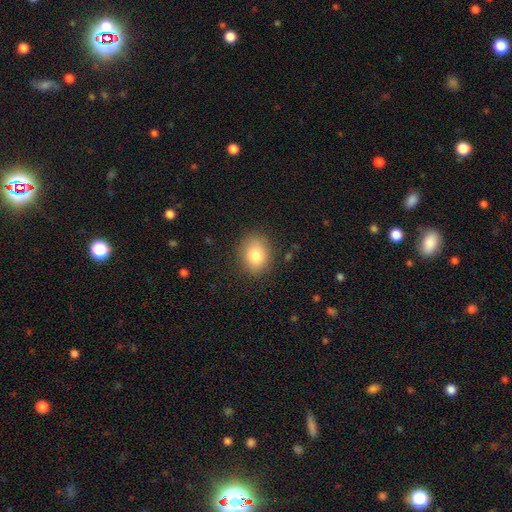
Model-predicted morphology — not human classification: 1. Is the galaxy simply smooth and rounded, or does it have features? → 82% smooth, 9% star or artifact, 9% featured or disk.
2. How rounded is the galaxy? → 55% in between, 44% round, 1% cigar-shaped.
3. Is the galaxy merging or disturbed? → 83% none, 12% minor disturbance, 4% major disturbance, 1% merger.